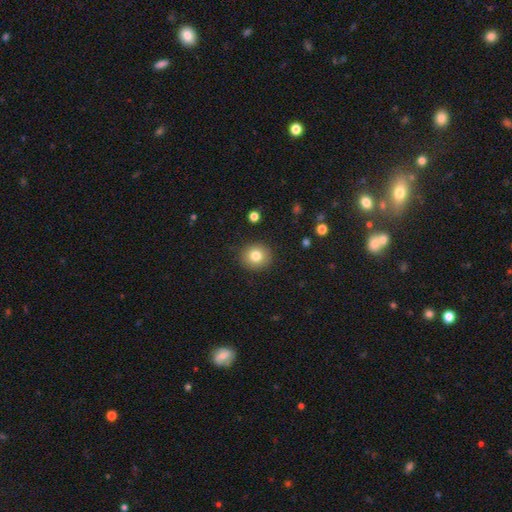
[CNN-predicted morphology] Smooth or featured? smooth (80%)
How rounded? round (87%)
Merging? none (90%)